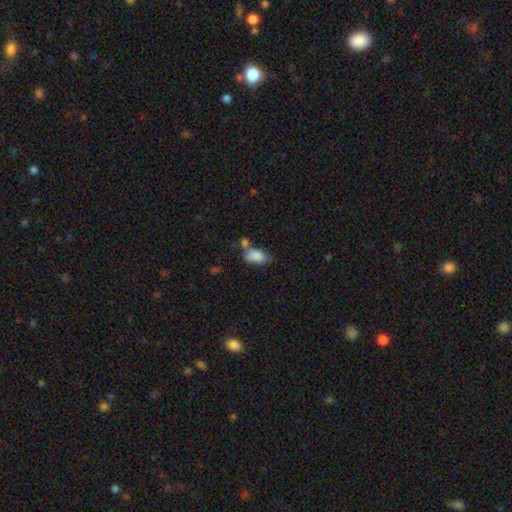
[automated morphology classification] Overall: smooth (85%). How rounded: in between (91%). Merging: none (44%; minor disturbance 24%).